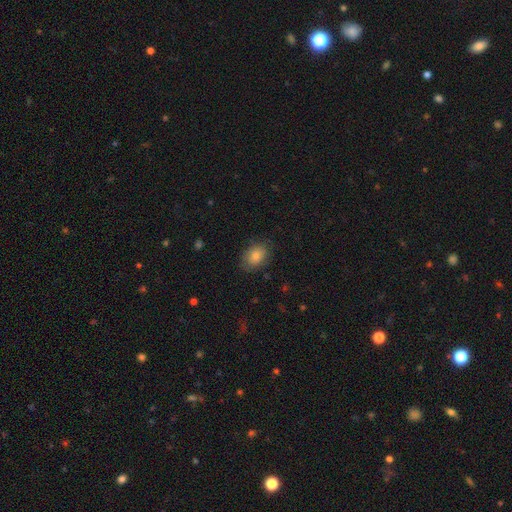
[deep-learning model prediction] smooth 81%, featured or disk 10%, star or artifact 9%. Down the decision tree: how rounded — in between (73%); merging — none (82%).